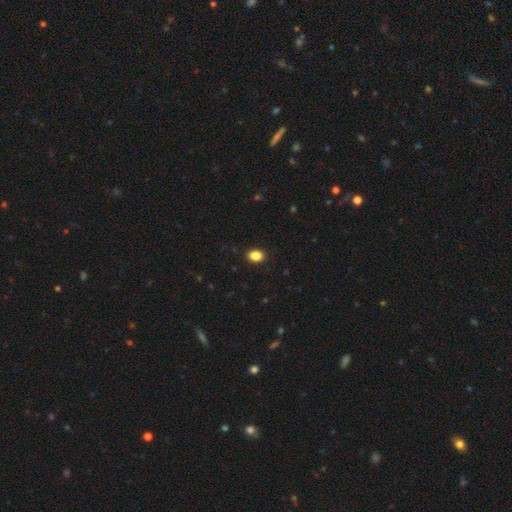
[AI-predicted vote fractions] smooth_or_featured: smooth (p=0.87) [alt: star or artifact p=0.09]
how_rounded: in between (p=0.72) [alt: round p=0.26]
merging: none (p=0.91) [alt: minor disturbance p=0.07]